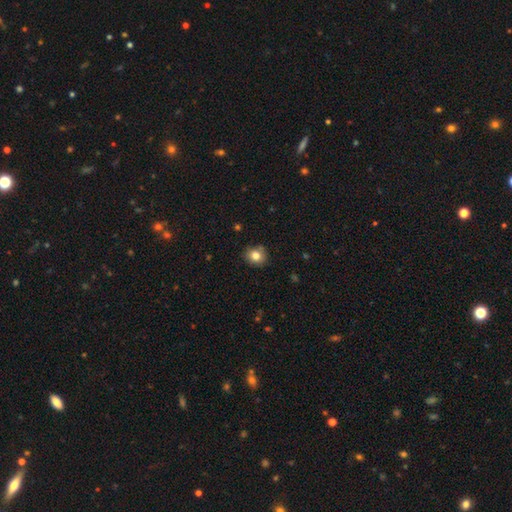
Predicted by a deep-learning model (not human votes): This appears to be a smooth galaxy with no disk features (81%) that is round (80%). Merging: none (84%).